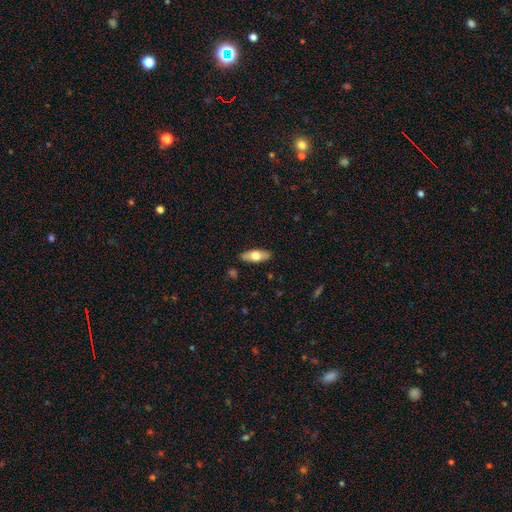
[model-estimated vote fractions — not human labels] smooth-or-featured: smooth: 63% | featured or disk: 31% | star or artifact: 6%
  how-rounded: in between: 73% | cigar-shaped: 24% | round: 3%
  merging: none: 87% | minor disturbance: 10% | major disturbance: 2% | merger: 1%